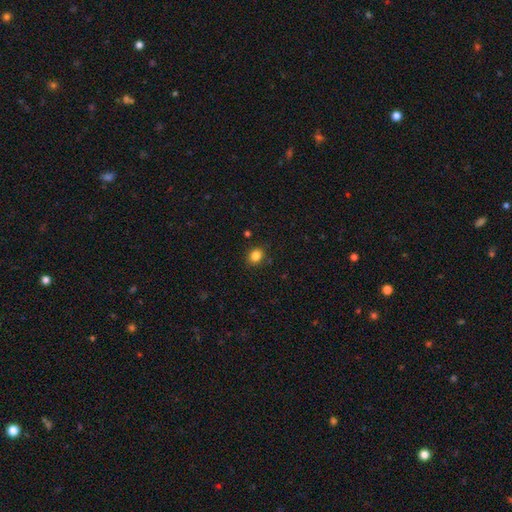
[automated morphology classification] A smooth galaxy with no disk features (84%) that is round (57%).

Vote fractions:
- Smooth or featured? smooth: 84% / star or artifact: 11% / featured or disk: 5%
- How rounded? round: 57% / in between: 42% / cigar-shaped: 1%
- Merging? none: 86% / minor disturbance: 9% / major disturbance: 2% / merger: 2%